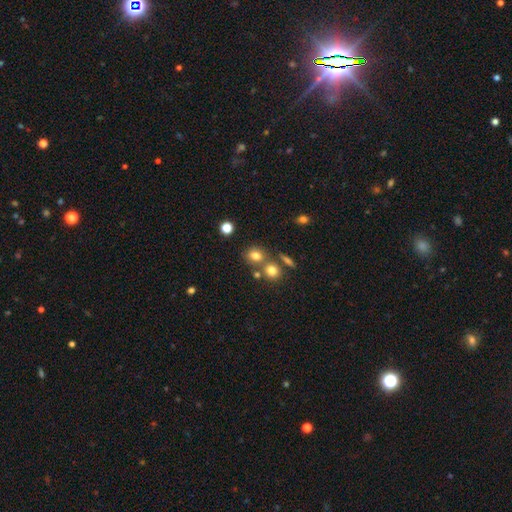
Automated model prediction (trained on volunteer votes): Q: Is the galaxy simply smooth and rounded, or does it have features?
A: smooth — 75%.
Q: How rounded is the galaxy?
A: round — 63%.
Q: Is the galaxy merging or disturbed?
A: none — 61%.